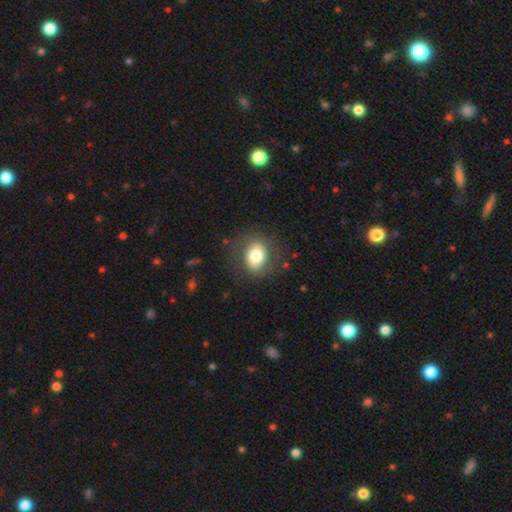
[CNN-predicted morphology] This is likely a smooth galaxy (70%). How rounded: possibly in between (53%). Merging: likely none (76%).